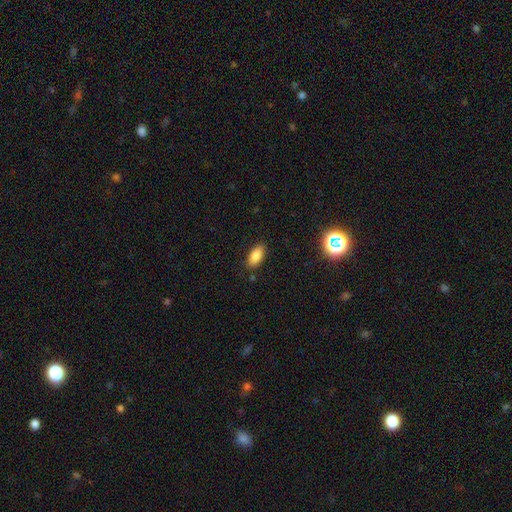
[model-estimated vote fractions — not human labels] This is clearly a smooth galaxy (84%). How rounded: clearly in between (88%). Merging: clearly none (85%).